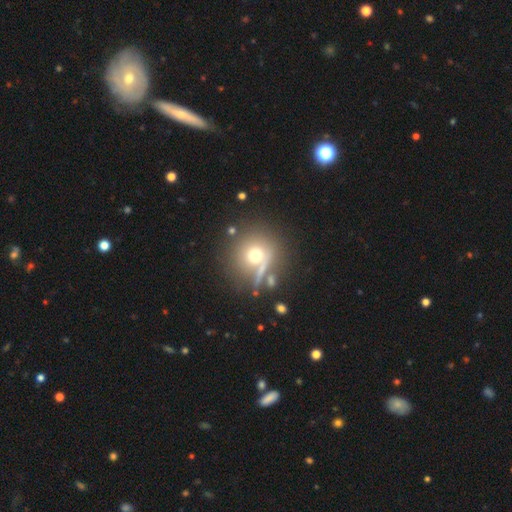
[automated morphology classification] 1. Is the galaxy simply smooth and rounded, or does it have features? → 65% smooth, 18% featured or disk, 16% star or artifact.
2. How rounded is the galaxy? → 92% round, 7% in between, 1% cigar-shaped.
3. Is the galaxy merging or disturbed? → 66% none, 13% minor disturbance, 12% merger, 8% major disturbance.